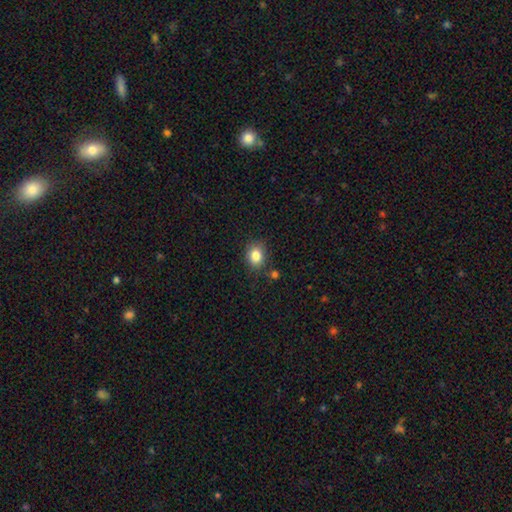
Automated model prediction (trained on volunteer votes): smooth-or-featured: smooth: 84% | star or artifact: 10% | featured or disk: 6%
  how-rounded: round: 57% | in between: 42% | cigar-shaped: 1%
  merging: none: 81% | minor disturbance: 12% | merger: 4% | major disturbance: 3%